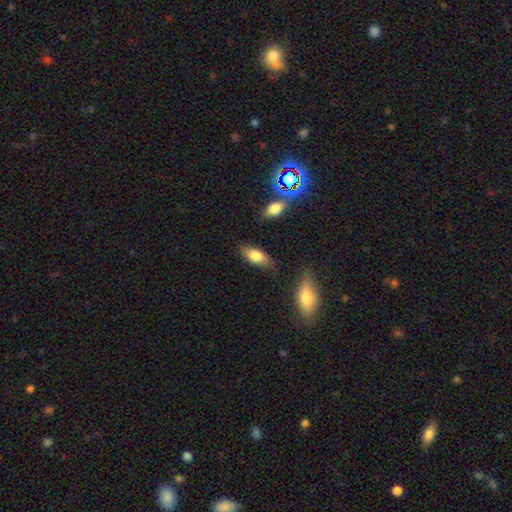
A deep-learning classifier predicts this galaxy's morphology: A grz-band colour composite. It shows a smooth galaxy with no disk features (76%) that is in between round and cigar-shaped (85%). Merging: none (67%).